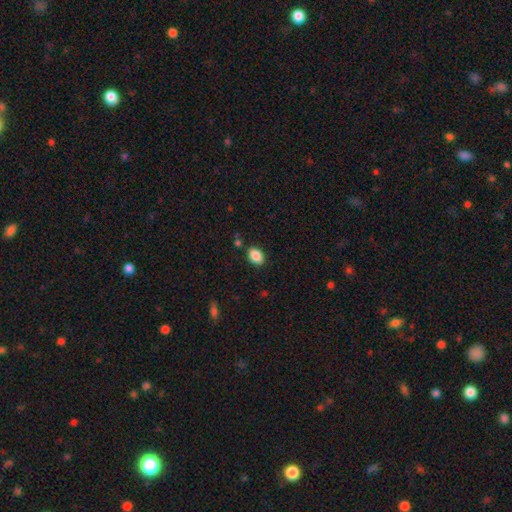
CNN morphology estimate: Q: Smooth or featured?
A: smooth (88%); runner-up: star or artifact (8%)
Q: How rounded?
A: in between (81%); runner-up: round (18%)
Q: Merging?
A: none (84%); runner-up: minor disturbance (11%)